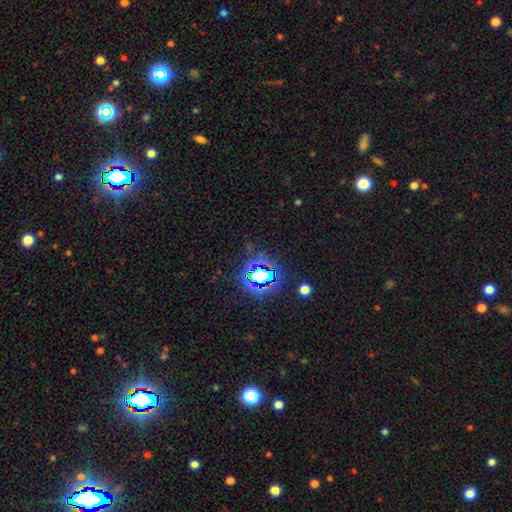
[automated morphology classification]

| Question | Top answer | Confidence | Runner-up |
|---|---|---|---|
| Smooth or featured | star or artifact | 80% | smooth (12%) |